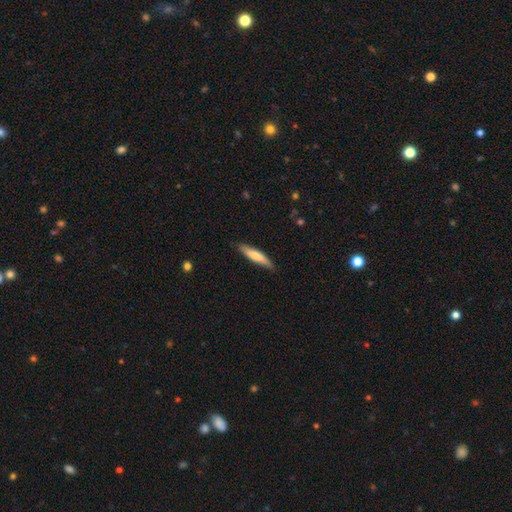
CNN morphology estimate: Smooth or featured? smooth (73%)
How rounded? cigar-shaped (85%)
Merging? none (82%)